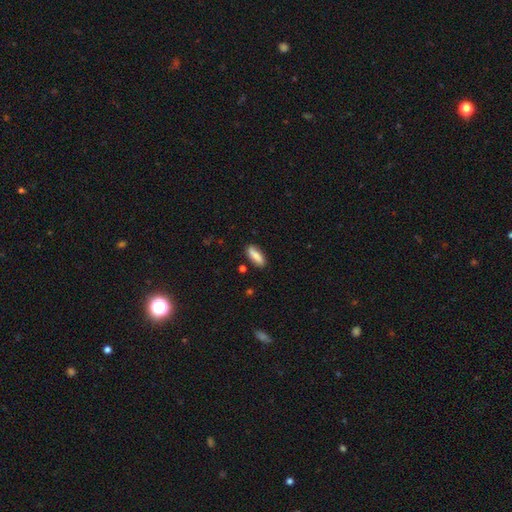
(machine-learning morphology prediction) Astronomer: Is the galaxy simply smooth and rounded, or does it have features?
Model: smooth — 82%.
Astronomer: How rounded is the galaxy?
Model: in between — 58% (runner-up: cigar-shaped, 40%).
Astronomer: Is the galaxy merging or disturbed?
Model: none — 86%.